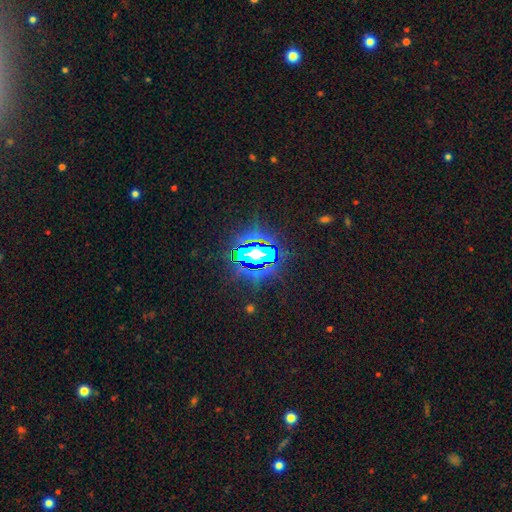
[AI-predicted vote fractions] Overall: star or artifact (69%).